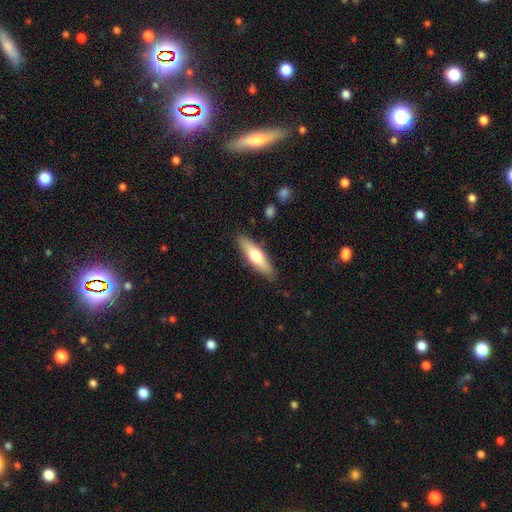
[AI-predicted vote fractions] This appears to be a smooth galaxy with no disk features (56%) that is cigar-shaped (64%). Merging: none (87%).